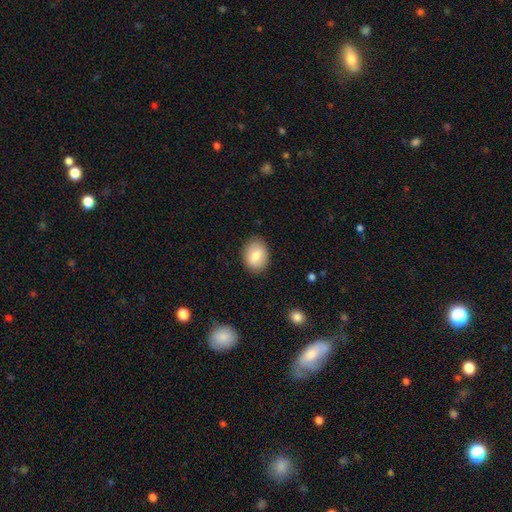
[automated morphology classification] This appears to be a smooth galaxy with no disk features (81%) that is in between round and cigar-shaped (68%). Merging: none (85%).